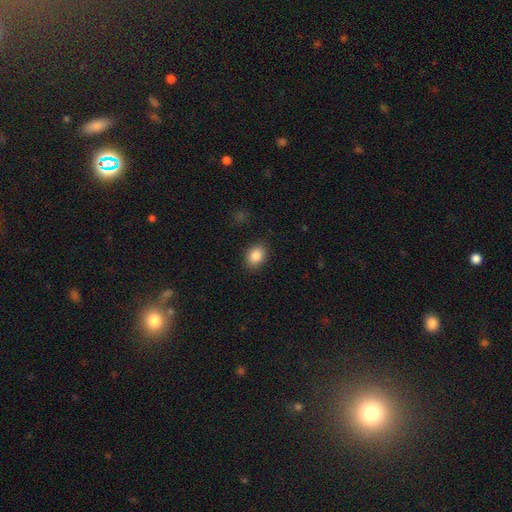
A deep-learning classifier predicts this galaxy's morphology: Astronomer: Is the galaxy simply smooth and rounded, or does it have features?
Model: smooth — 87%.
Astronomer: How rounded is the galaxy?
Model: in between — 66%.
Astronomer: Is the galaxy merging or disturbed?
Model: none — 87%.